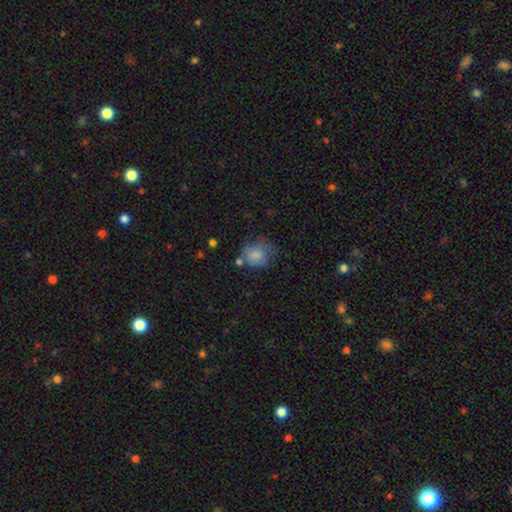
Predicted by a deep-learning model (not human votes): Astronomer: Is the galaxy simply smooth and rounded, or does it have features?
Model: smooth — 73%.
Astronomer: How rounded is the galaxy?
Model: round — 62% (runner-up: in between, 37%).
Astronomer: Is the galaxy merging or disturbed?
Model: none — 42% (runner-up: minor disturbance, 29%).